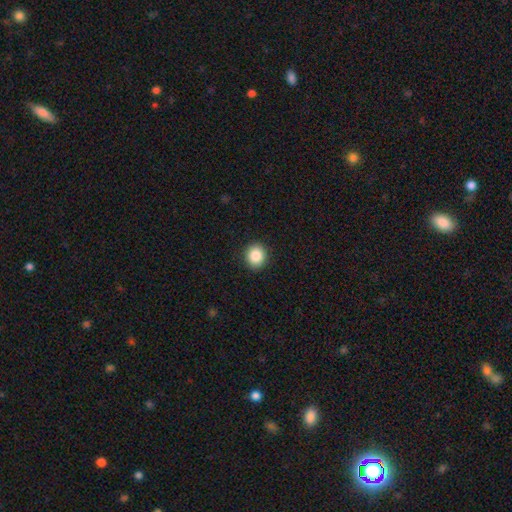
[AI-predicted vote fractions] Morphology: type=smooth (86%); roundness=round (80%); merging=none (91%).